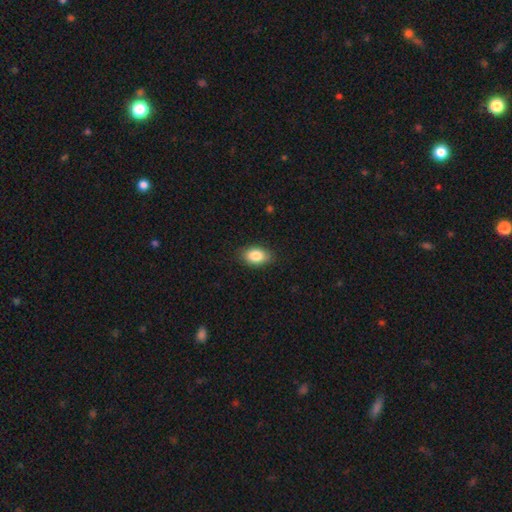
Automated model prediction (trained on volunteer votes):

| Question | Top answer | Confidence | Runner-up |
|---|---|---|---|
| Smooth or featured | smooth | 85% | star or artifact (8%) |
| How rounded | in between | 85% | round (13%) |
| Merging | none | 84% | minor disturbance (13%) |